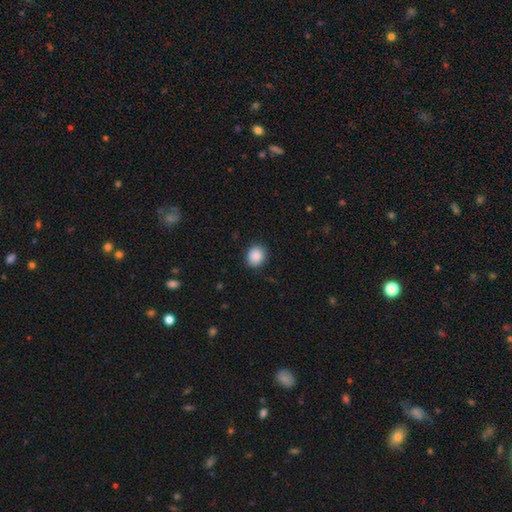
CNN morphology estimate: smooth-or-featured: smooth: 89% | star or artifact: 8% | featured or disk: 3%
  how-rounded: round: 74% | in between: 25% | cigar-shaped: 1%
  merging: none: 89% | minor disturbance: 8% | major disturbance: 2% | merger: 1%